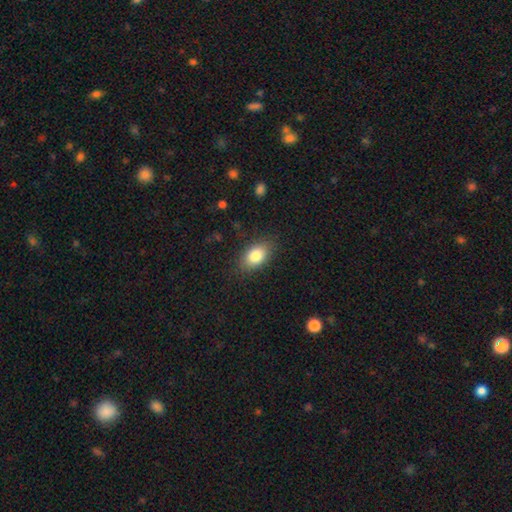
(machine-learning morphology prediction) smooth 82%, featured or disk 10%, star or artifact 8%. Down the decision tree: how rounded — in between (88%); merging — none (83%).